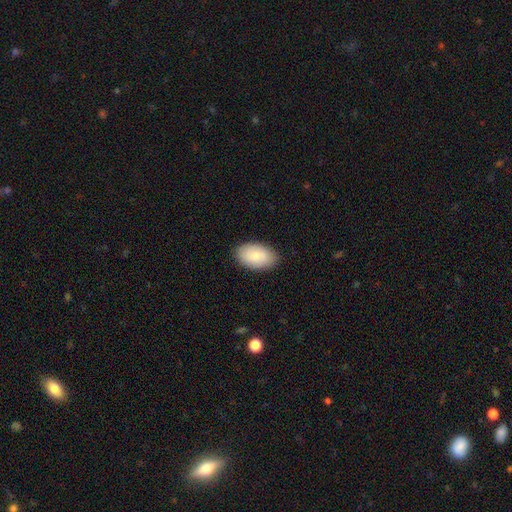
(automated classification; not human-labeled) Smooth or featured?
  - smooth: 80% *
  - featured or disk: 14%
  - star or artifact: 6%
How rounded?
  - in between: 93% *
  - round: 6%
  - cigar-shaped: 1%
Merging?
  - none: 87% *
  - minor disturbance: 10%
  - major disturbance: 2%
  - merger: 1%